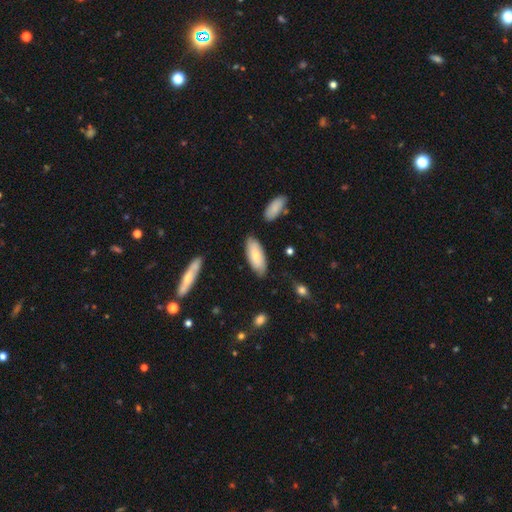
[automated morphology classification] smooth_or_featured: smooth (p=0.67) [alt: featured or disk p=0.27]
how_rounded: in between (p=0.84) [alt: cigar-shaped p=0.14]
merging: none (p=0.75) [alt: minor disturbance p=0.19]